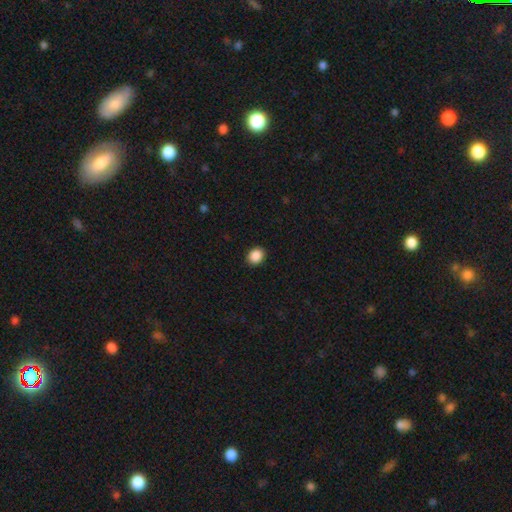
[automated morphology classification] This is clearly a smooth galaxy (89%). How rounded: possibly round (58%). Merging: clearly none (91%).